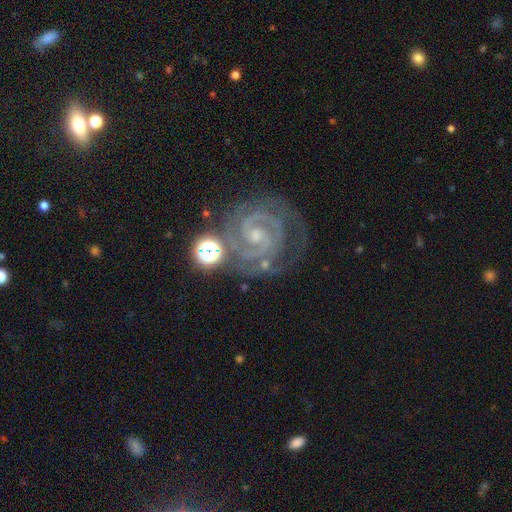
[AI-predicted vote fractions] Q: Smooth or featured?
A: featured or disk (82%); runner-up: star or artifact (11%)
Q: Edge-on disk?
A: no (97%); runner-up: yes (3%)
Q: Bar?
A: no (42%); tied with: weak (42%)
Q: Spiral arms?
A: yes (96%); runner-up: no (4%)
Q: Spiral winding?
A: tight (73%); runner-up: medium (23%)
Q: Spiral arm count?
A: 2 (44%); runner-up: can't tell (20%)
Q: Bulge size?
A: small (75%); runner-up: moderate (18%)
Q: Merging?
A: none (71%); runner-up: minor disturbance (15%)